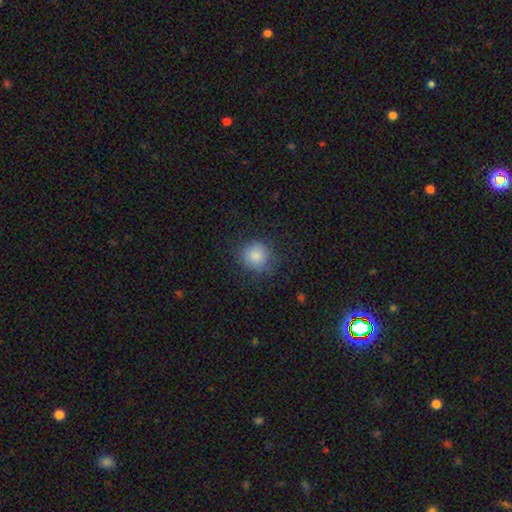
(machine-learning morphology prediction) Smooth or featured? smooth (83%)
How rounded? round (89%)
Merging? none (75%)